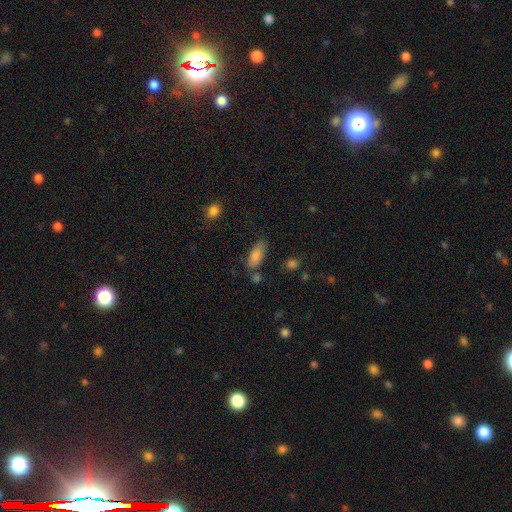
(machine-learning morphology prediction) Q: Smooth or featured?
A: smooth (84%); runner-up: featured or disk (9%)
Q: How rounded?
A: in between (84%); runner-up: cigar-shaped (13%)
Q: Merging?
A: none (69%); runner-up: minor disturbance (18%)